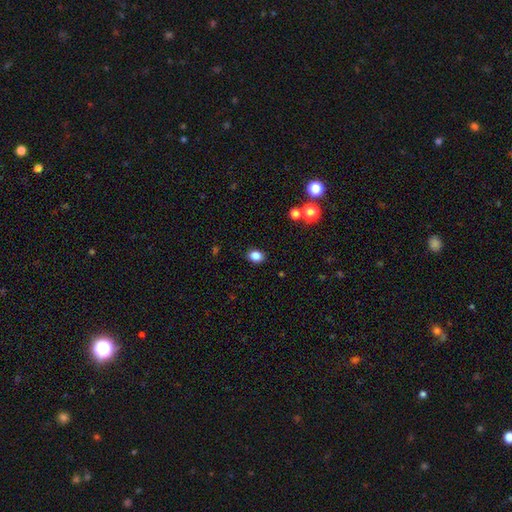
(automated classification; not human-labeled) A smooth galaxy with no disk features (85%) that is in between round and cigar-shaped (62%).

Vote fractions:
- Smooth or featured? smooth: 85% / star or artifact: 11% / featured or disk: 4%
- How rounded? in between: 62% / round: 37% / cigar-shaped: 1%
- Merging? none: 88% / minor disturbance: 8% / major disturbance: 2% / merger: 1%